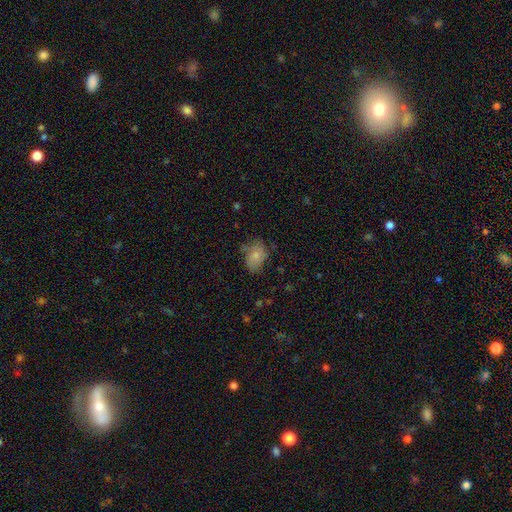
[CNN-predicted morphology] Overall: smooth (72%). How rounded: in between (74%). Merging: none (54%; minor disturbance 31%).